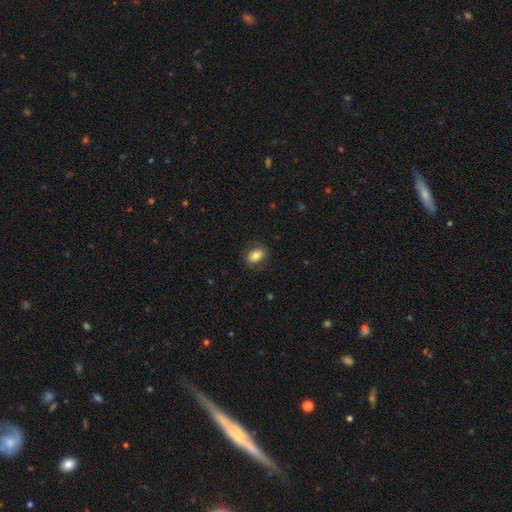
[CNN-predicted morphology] Q: Smooth or featured?
A: smooth (79%); runner-up: featured or disk (13%)
Q: How rounded?
A: in between (80%); runner-up: round (18%)
Q: Merging?
A: none (78%); runner-up: minor disturbance (15%)